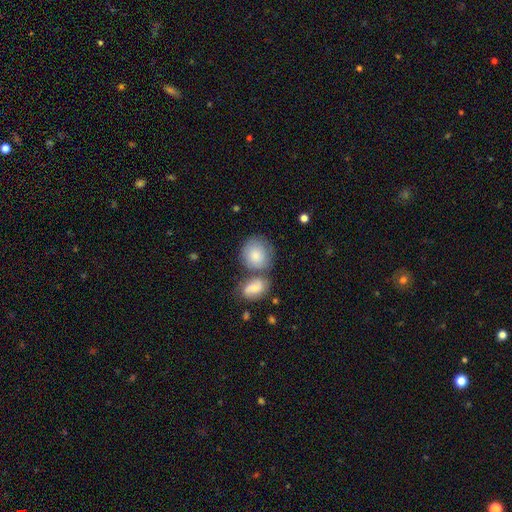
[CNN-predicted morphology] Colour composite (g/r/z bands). It shows a smooth galaxy with no disk features (77%) that is round (77%). Merging: none (49%).